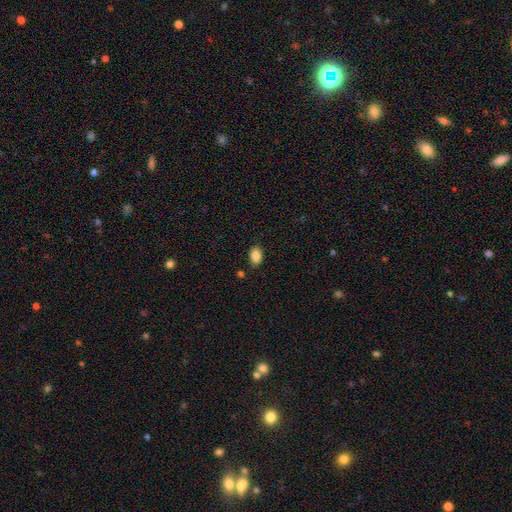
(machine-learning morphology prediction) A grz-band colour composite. It shows a smooth galaxy with no disk features (87%) that is in between round and cigar-shaped (86%). Merging: none (84%).